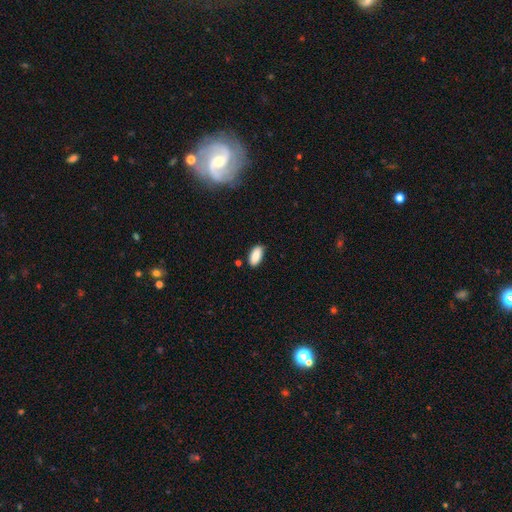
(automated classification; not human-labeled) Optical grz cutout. It shows a smooth galaxy with no disk features (88%) that is in between round and cigar-shaped (91%). Merging: none (82%).